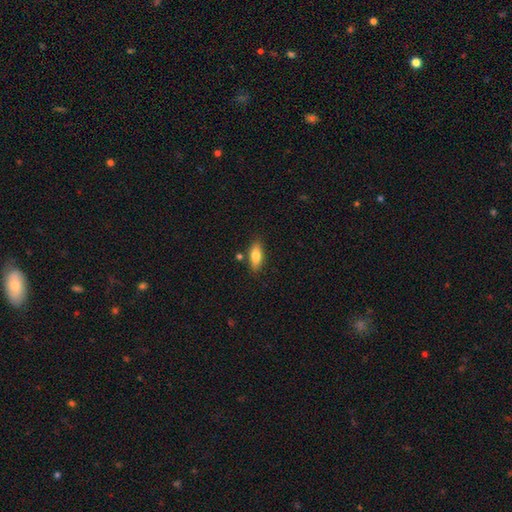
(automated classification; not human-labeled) smooth_or_featured: smooth (p=0.78) [alt: featured or disk p=0.15]
how_rounded: in between (p=0.75) [alt: cigar-shaped p=0.21]
merging: none (p=0.81) [alt: minor disturbance p=0.12]